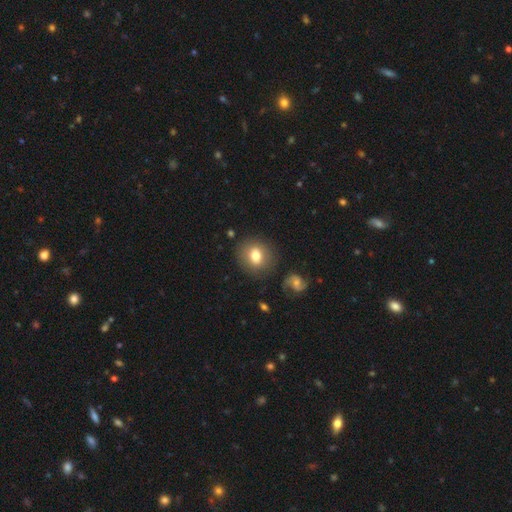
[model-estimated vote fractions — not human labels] This is likely a smooth galaxy (74%). How rounded: likely round (74%). Merging: clearly none (83%).